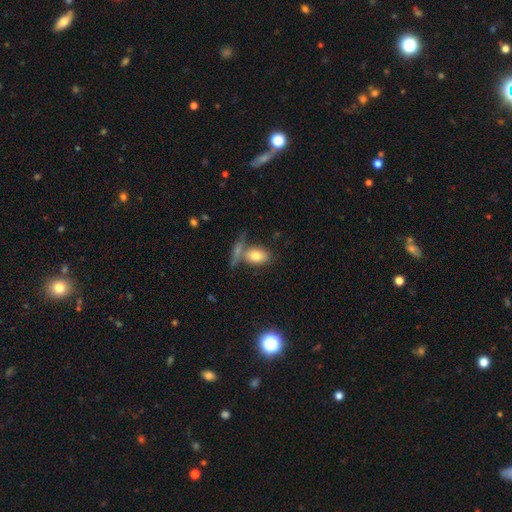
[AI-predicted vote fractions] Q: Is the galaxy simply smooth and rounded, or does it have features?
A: smooth — 77%.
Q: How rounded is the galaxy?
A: in between — 87%.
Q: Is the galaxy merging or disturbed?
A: none — 50%.